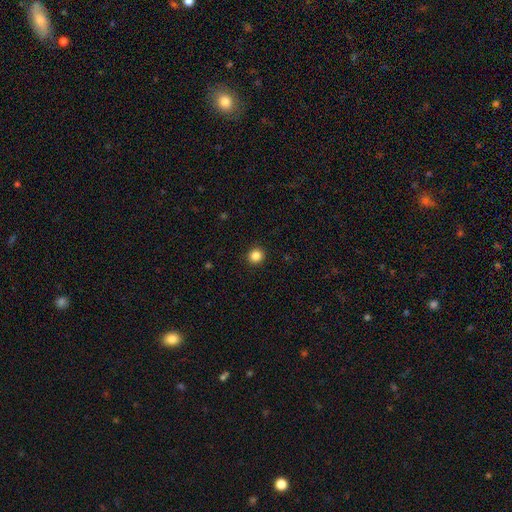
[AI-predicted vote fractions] A smooth galaxy with no disk features (85%) that is round (93%). Merging: none (93%).